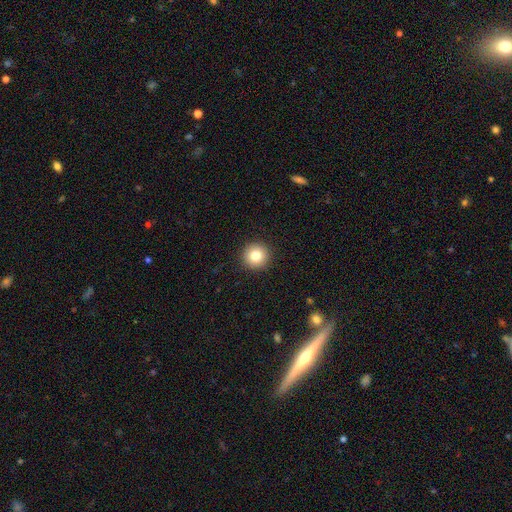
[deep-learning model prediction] Q: Smooth or featured?
A: smooth (81%); runner-up: star or artifact (11%)
Q: How rounded?
A: round (95%); runner-up: in between (4%)
Q: Merging?
A: none (93%); runner-up: minor disturbance (4%)